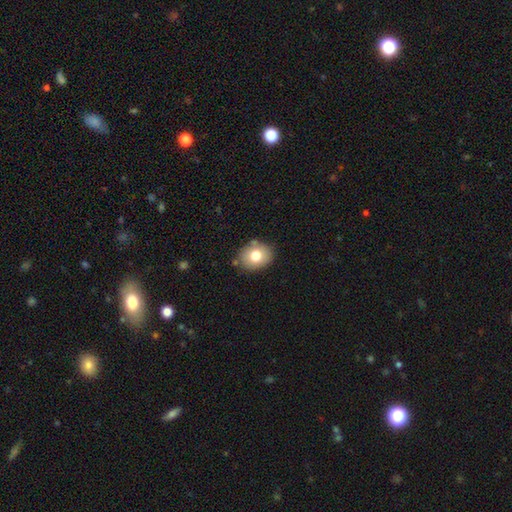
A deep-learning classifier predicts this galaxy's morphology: A smooth galaxy with no disk features (76%) that is in between round and cigar-shaped (52%). Merging: none (80%).